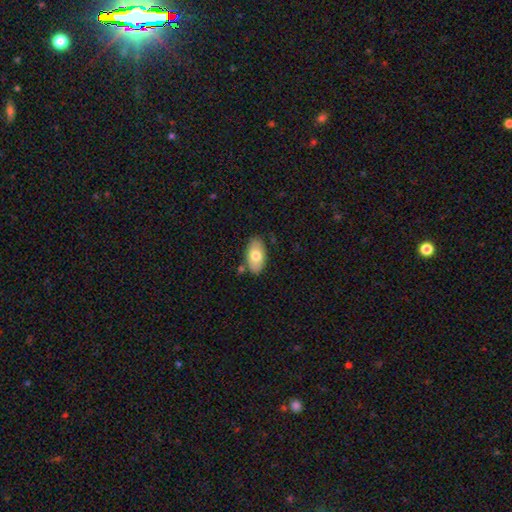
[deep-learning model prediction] Morphology: type=smooth (73%); roundness=in between (94%); merging=none (79%).